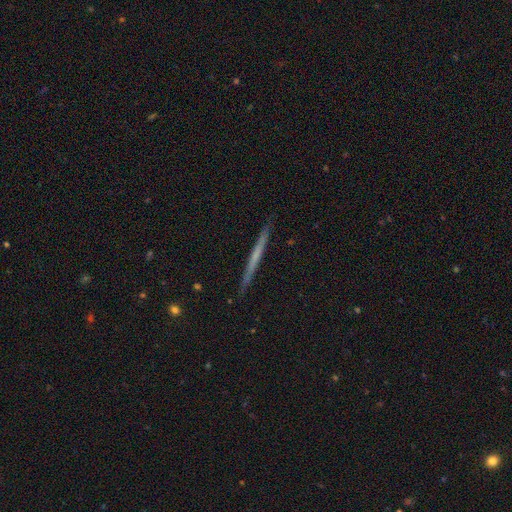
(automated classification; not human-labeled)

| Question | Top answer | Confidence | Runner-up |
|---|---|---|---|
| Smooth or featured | featured or disk | 55% | smooth (39%) |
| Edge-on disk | yes | 98% | no (2%) |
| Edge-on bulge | none | 87% | rounded (9%) |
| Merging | none | 92% | minor disturbance (6%) |